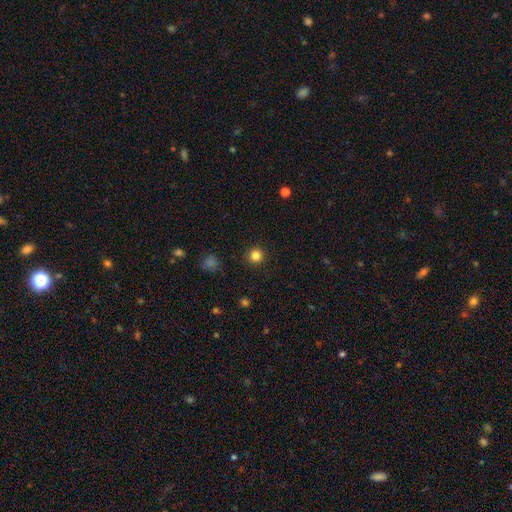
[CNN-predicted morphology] Q: Smooth or featured?
A: smooth (83%); runner-up: star or artifact (13%)
Q: How rounded?
A: round (96%); runner-up: in between (4%)
Q: Merging?
A: none (92%); runner-up: minor disturbance (5%)